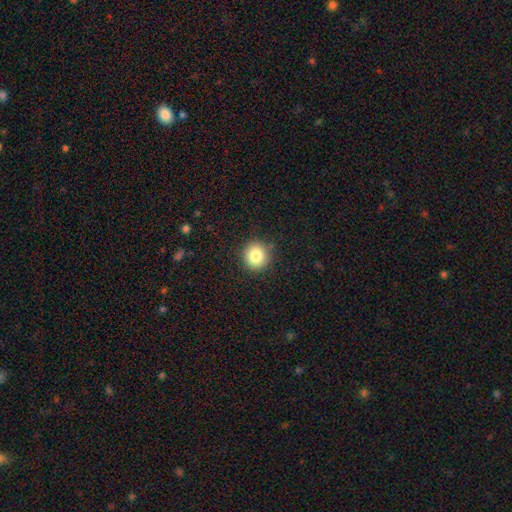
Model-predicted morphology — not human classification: Smooth or featured: smooth — 83% (star or artifact — 10%)
How rounded: round — 91% (in between — 8%)
Merging: none — 89% (minor disturbance — 8%)